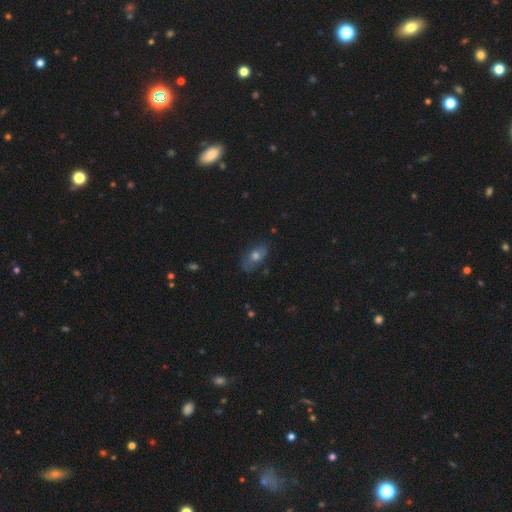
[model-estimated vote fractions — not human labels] This is likely a smooth galaxy (63%). How rounded: clearly in between (83%). Merging: likely none (73%).